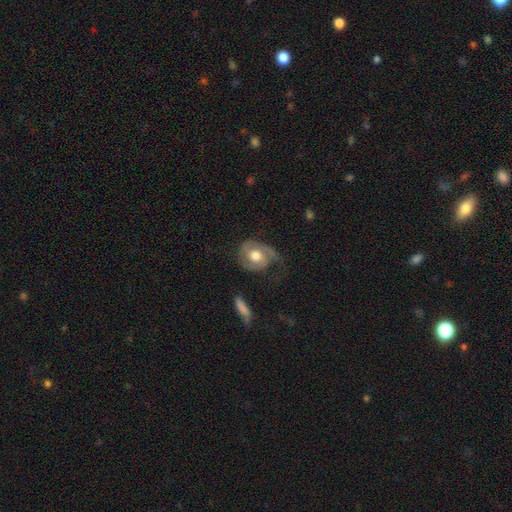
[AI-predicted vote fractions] smooth-or-featured: featured or disk: 67% | smooth: 28% | star or artifact: 6%
  disk-edge-on: no: 96% | yes: 4%
    bar: no: 73% | weak: 22% | strong: 5%
    has-spiral-arms: yes: 88% | no: 12%
      spiral-winding: tight: 41% | medium: 38% | loose: 21%
      spiral-arm-count: 2: 51% | 1: 36% | can't tell: 9% | 3: 2% | 4: 1% | more than 4: 1%
    bulge-size: moderate: 57% | large: 34% | small: 4% | dominant: 3% | none: 1%
  merging: none: 48% | major disturbance: 25% | minor disturbance: 25% | merger: 2%